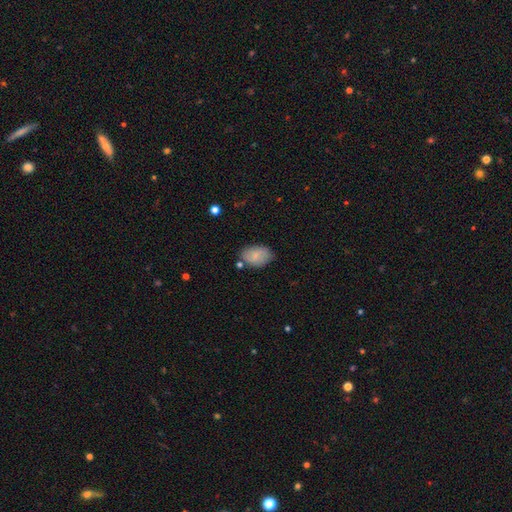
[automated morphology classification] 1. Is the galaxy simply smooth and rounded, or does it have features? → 80% smooth, 13% featured or disk, 7% star or artifact.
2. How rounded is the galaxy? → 87% in between, 12% round, 1% cigar-shaped.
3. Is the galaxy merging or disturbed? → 69% none, 22% minor disturbance, 5% merger, 4% major disturbance.